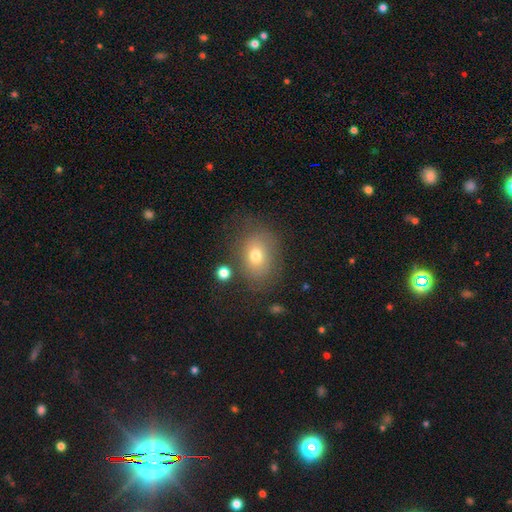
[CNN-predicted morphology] Smooth or featured? smooth (71%)
How rounded? in between (61%)
Merging? none (70%)